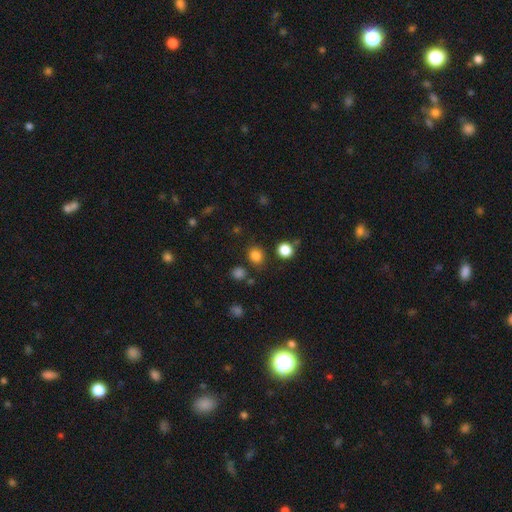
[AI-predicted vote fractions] This is clearly a smooth galaxy (81%). How rounded: likely round (77%). Merging: clearly none (83%).